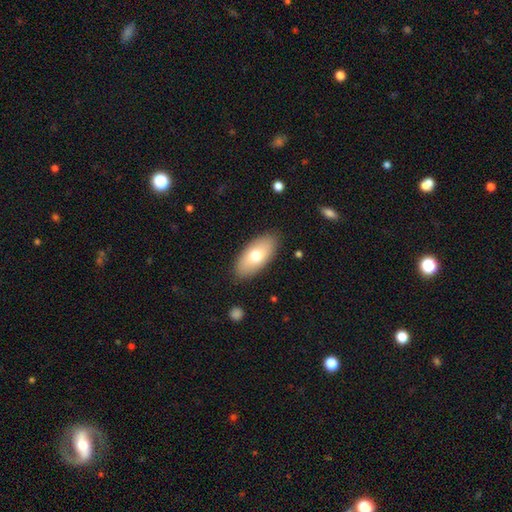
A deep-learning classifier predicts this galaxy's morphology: Smooth or featured? Predicted: smooth (p=0.72). How rounded? Predicted: in between (p=0.91). Merging? Predicted: none (p=0.87).